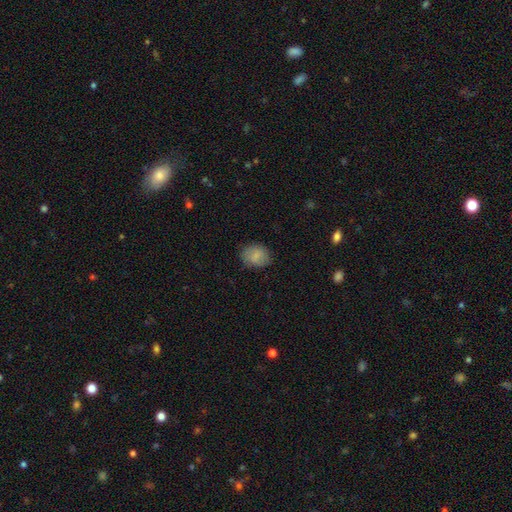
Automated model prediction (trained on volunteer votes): The model was most divided on "how rounded": round: 51%, in between: 48%, cigar-shaped: 1%. More confident: smooth or featured — smooth (82%); merging — none (78%).